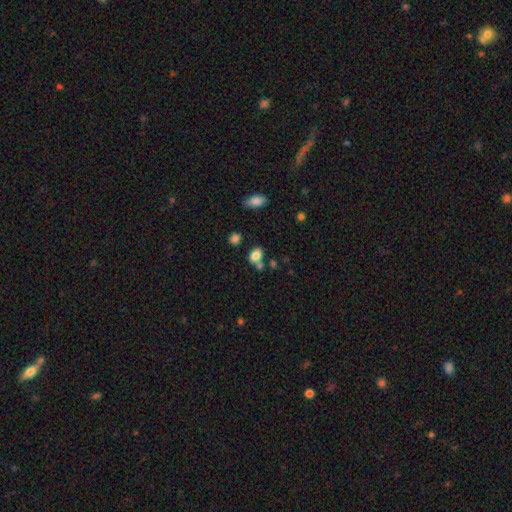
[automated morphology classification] smooth_or_featured: smooth (p=0.82) [alt: star or artifact p=0.11]
how_rounded: in between (p=0.69) [alt: round p=0.29]
merging: none (p=0.57) [alt: merger p=0.24]